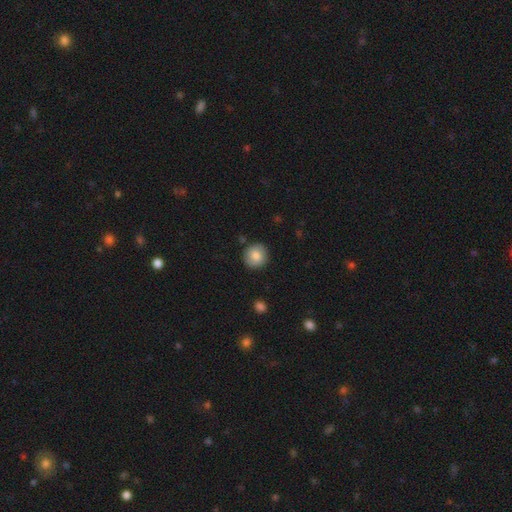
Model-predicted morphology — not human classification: A smooth galaxy with no disk features (82%) that is round (89%). Merging: none (88%).